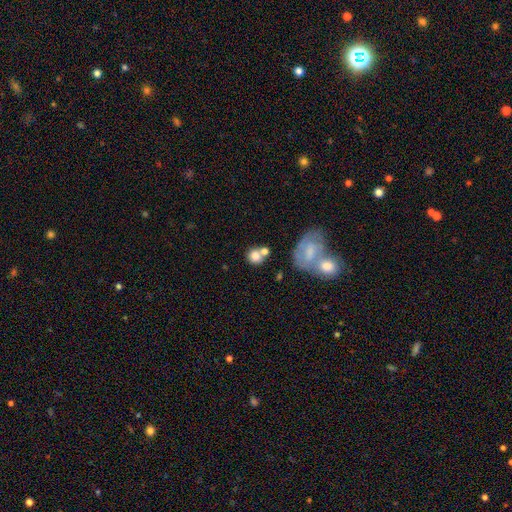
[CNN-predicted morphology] Smooth or featured? Predicted: smooth (p=0.75). How rounded? Predicted: round (p=0.79). Merging? Predicted: none (p=0.43).